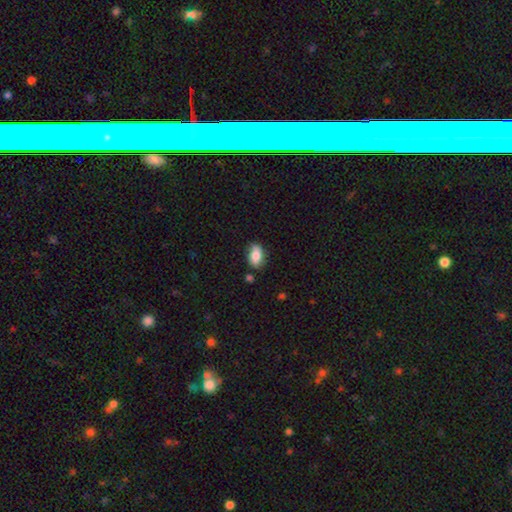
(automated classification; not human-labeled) The model was most divided on "merging": none: 73%, minor disturbance: 20%, major disturbance: 4%, merger: 4%. More confident: how rounded — in between (89%); smooth or featured — smooth (76%).